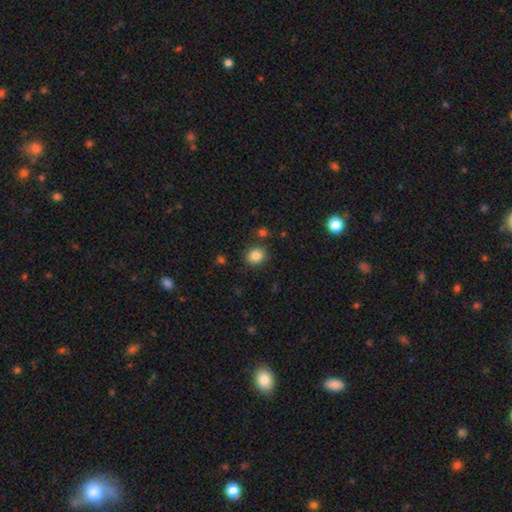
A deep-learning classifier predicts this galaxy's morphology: smooth_or_featured: smooth (p=0.85) [alt: star or artifact p=0.10]
how_rounded: round (p=0.65) [alt: in between p=0.34]
merging: none (p=0.85) [alt: minor disturbance p=0.09]